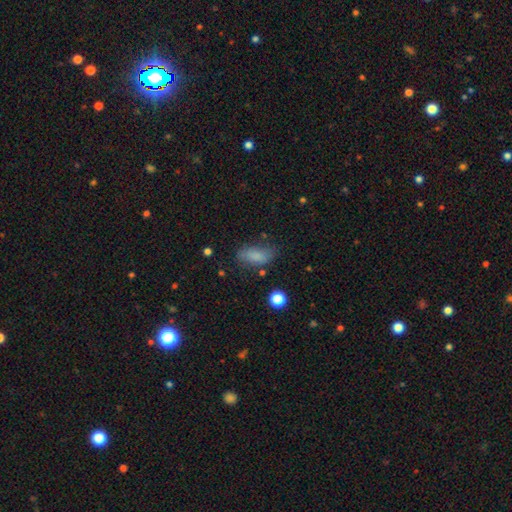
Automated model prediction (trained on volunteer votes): Smooth or featured: smooth — 81% (star or artifact — 10%)
How rounded: in between — 85% (cigar-shaped — 10%)
Merging: none — 66% (minor disturbance — 23%)